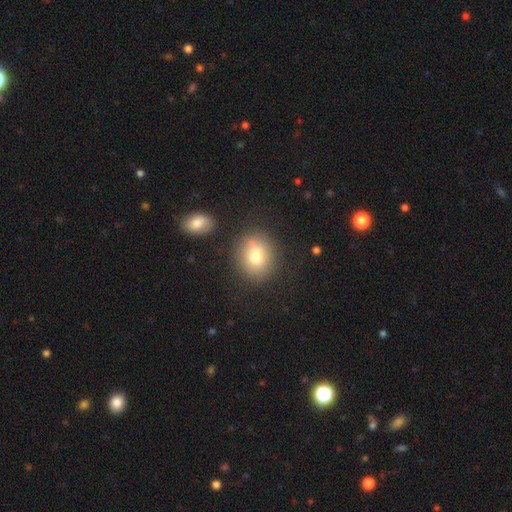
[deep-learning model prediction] Overall: smooth (76%). How rounded: round (69%; in between 30%). Merging: none (81%).